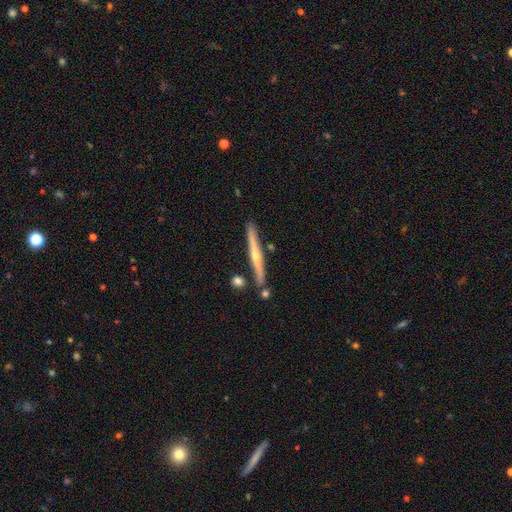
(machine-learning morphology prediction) The model was most divided on "smooth or featured": featured or disk: 73%, smooth: 21%, star or artifact: 6%. More confident: edge-on disk — yes (98%); merging — none (84%); edge-on bulge — rounded (83%).